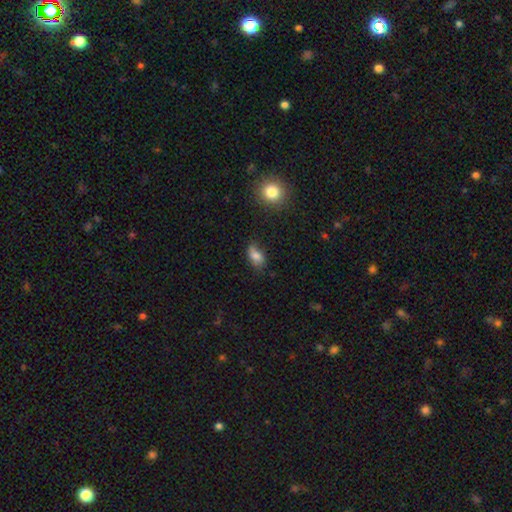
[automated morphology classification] A smooth galaxy with no disk features (76%) that is in between round and cigar-shaped (86%).

Vote fractions:
- Smooth or featured? smooth: 76% / featured or disk: 13% / star or artifact: 11%
- How rounded? in between: 86% / round: 10% / cigar-shaped: 3%
- Merging? none: 57% / minor disturbance: 30% / major disturbance: 9% / merger: 4%